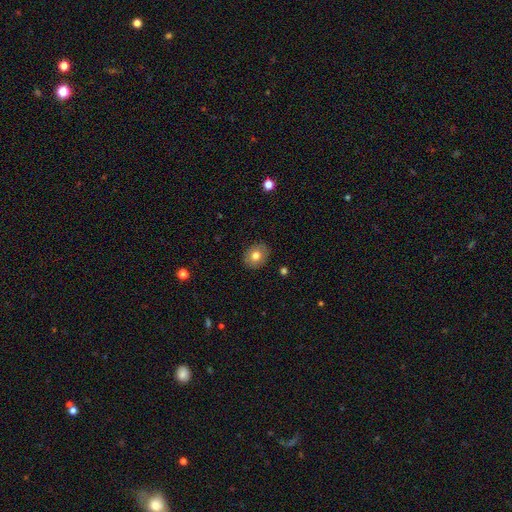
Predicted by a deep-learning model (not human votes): The model was most divided on "how rounded": in between: 54%, round: 45%, cigar-shaped: 1%. More confident: merging — none (88%); smooth or featured — smooth (76%).